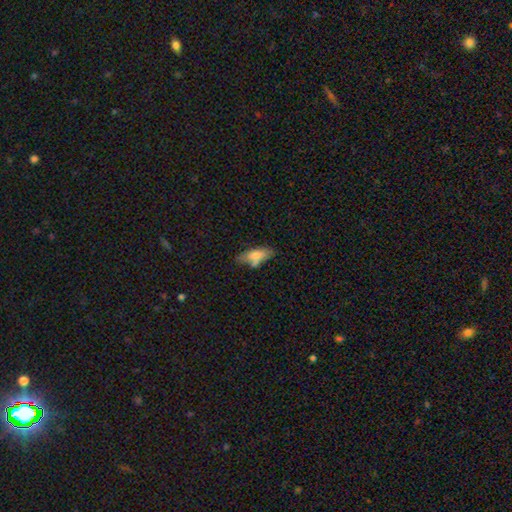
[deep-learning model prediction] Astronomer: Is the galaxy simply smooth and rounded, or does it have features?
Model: smooth — 71%.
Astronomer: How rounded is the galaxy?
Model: in between — 69%.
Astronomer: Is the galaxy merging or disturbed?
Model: none — 56%.